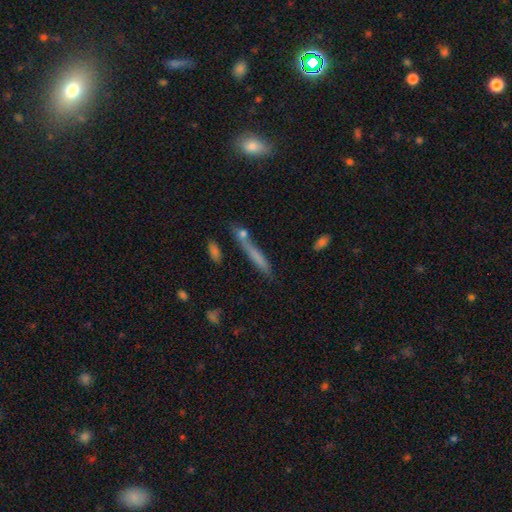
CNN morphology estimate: A smooth galaxy with no disk features (61%) that is cigar-shaped (92%). Merging: none (68%).